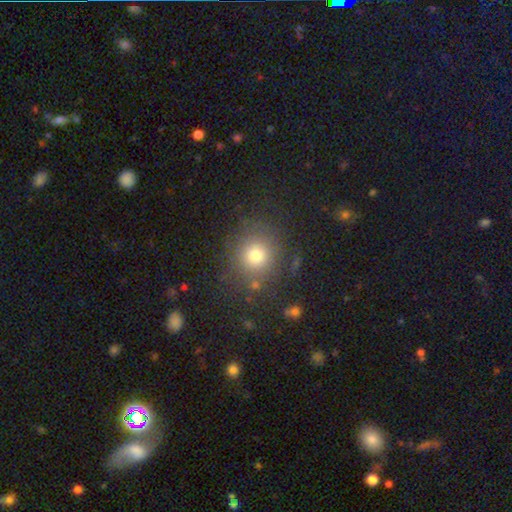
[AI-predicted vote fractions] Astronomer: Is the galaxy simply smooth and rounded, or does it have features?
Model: smooth — 73%.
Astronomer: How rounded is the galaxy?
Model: round — 88%.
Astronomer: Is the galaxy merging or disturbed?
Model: none — 82%.